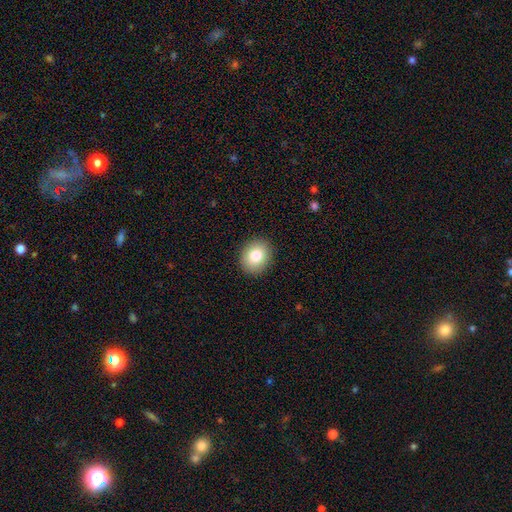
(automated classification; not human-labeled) smooth 82%, featured or disk 9%, star or artifact 9%. Down the decision tree: how rounded — round (56%); merging — none (90%).